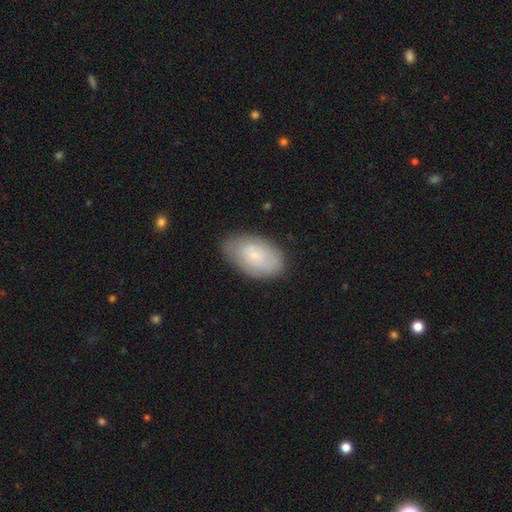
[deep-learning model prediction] smooth 64%, featured or disk 29%, star or artifact 7%. Down the decision tree: how rounded — in between (93%); merging — none (77%).